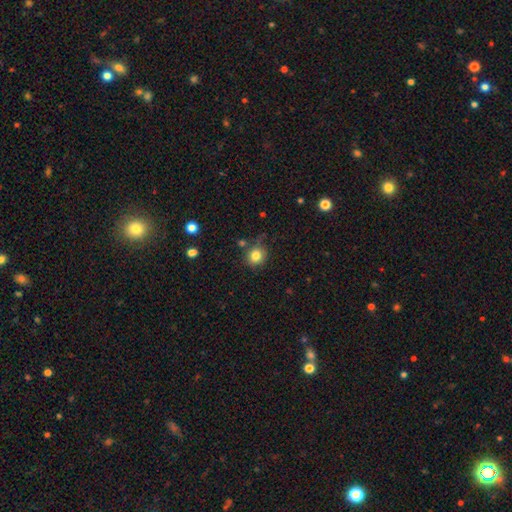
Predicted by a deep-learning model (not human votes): Overall: smooth (82%). How rounded: round (85%). Merging: none (73%).